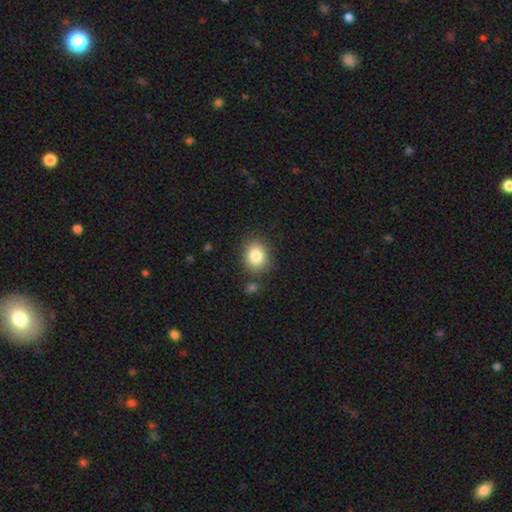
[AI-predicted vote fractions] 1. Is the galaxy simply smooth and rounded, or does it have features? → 83% smooth, 10% star or artifact, 7% featured or disk.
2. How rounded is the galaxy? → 64% round, 35% in between, 1% cigar-shaped.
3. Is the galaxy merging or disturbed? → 82% none, 11% minor disturbance, 4% merger, 3% major disturbance.